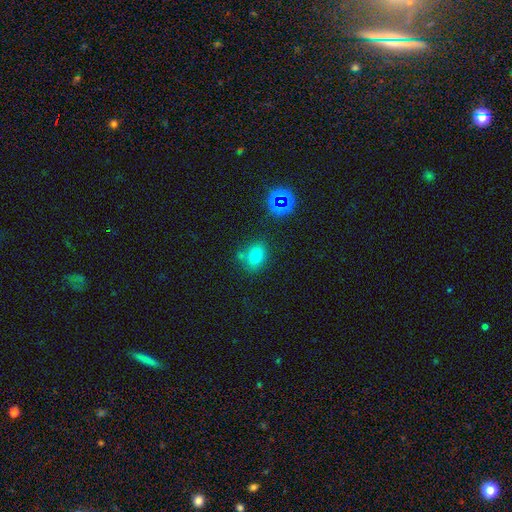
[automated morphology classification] smooth_or_featured: smooth (p=0.72) [alt: star or artifact p=0.18]
how_rounded: in between (p=0.65) [alt: round p=0.33]
merging: none (p=0.70) [alt: minor disturbance p=0.15]